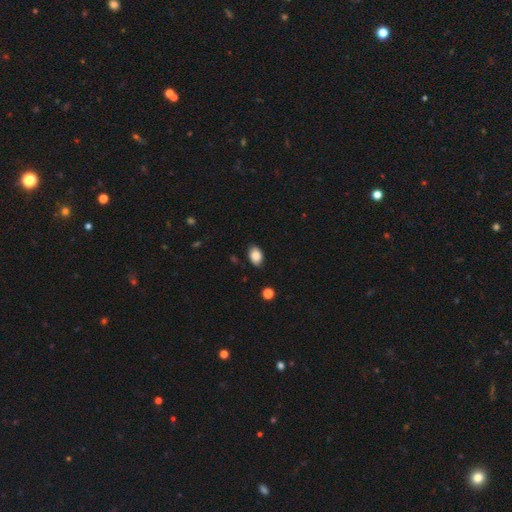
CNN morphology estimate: type=smooth (87%); roundness=in between (85%); merging=none (82%).